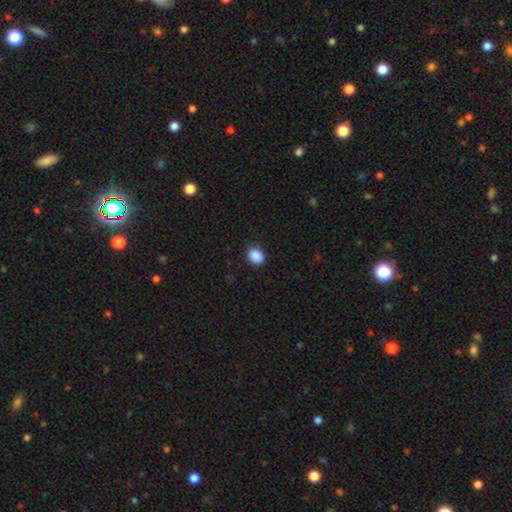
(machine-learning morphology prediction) smooth_or_featured: smooth (p=0.89) [alt: star or artifact p=0.08]
how_rounded: in between (p=0.69) [alt: round p=0.30]
merging: none (p=0.85) [alt: minor disturbance p=0.11]